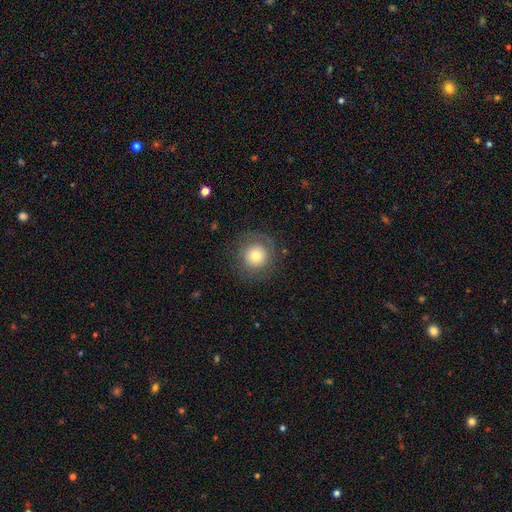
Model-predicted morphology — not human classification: Smooth or featured? Predicted: smooth (p=0.68). How rounded? Predicted: round (p=0.94). Merging? Predicted: none (p=0.80).